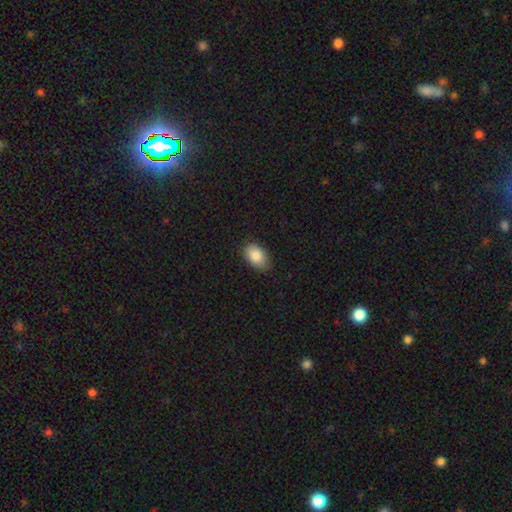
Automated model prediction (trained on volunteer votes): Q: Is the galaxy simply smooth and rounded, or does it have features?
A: smooth — 86%.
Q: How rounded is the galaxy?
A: in between — 90%.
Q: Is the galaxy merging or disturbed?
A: none — 83%.